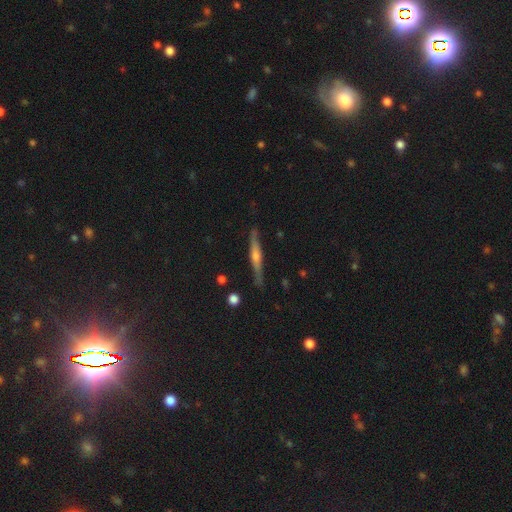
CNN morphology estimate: Smooth or featured?
  - featured or disk: 74% *
  - smooth: 18%
  - star or artifact: 8%
Edge-on disk?
  - yes: 97% *
  - no: 3%
Edge-on bulge?
  - rounded: 78% *
  - boxy: 11%
  - none: 11%
Merging?
  - none: 87% *
  - minor disturbance: 9%
  - major disturbance: 2%
  - merger: 1%